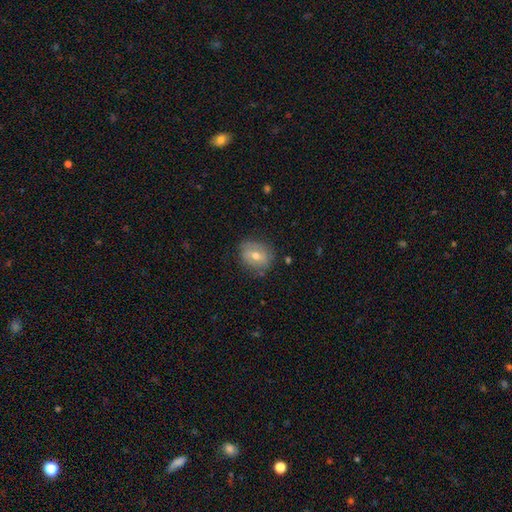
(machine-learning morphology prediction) This appears to be a smooth galaxy with no disk features (48%). Merging: none (75%).